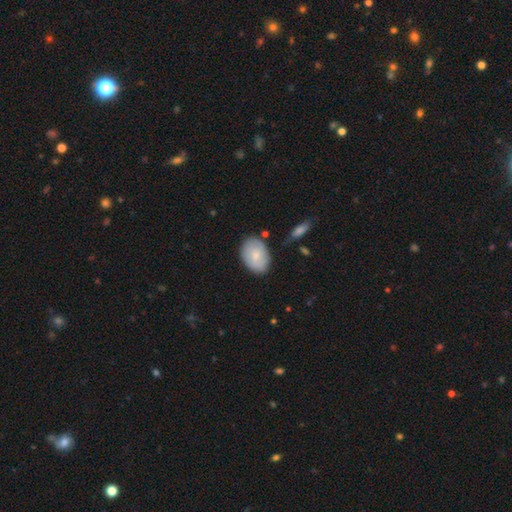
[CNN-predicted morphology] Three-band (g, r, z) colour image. It shows a smooth galaxy with no disk features (75%) that is in between round and cigar-shaped (83%). Merging: none (78%).